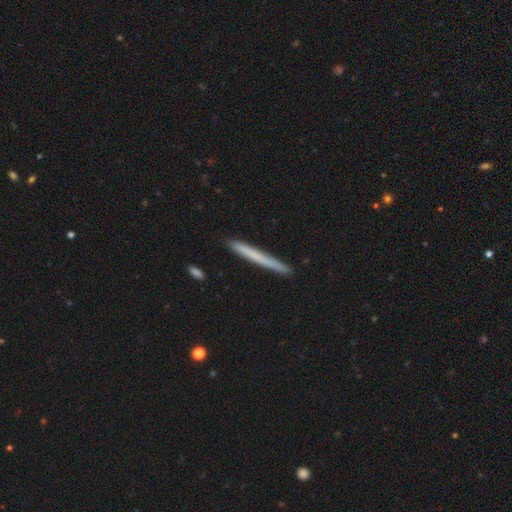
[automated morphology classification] smooth-or-featured: smooth: 61% | featured or disk: 33% | star or artifact: 6%
  how-rounded: cigar-shaped: 97% | in between: 1% | round: 1%
  merging: none: 91% | minor disturbance: 7% | merger: 1% | major disturbance: 1%